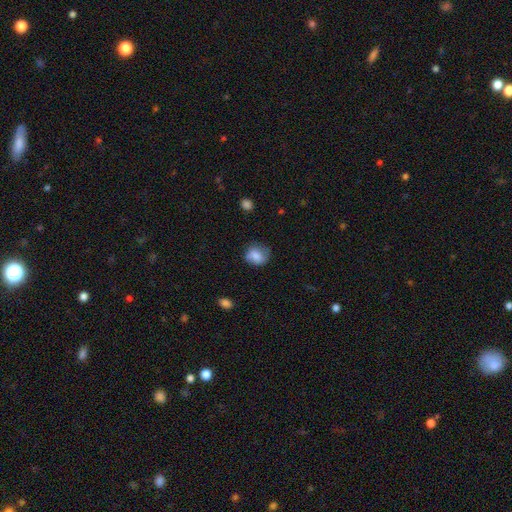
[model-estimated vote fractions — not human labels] A smooth galaxy with no disk features (73%) that is round (68%).

Vote fractions:
- Smooth or featured? smooth: 73% / featured or disk: 18% / star or artifact: 9%
- How rounded? round: 68% / in between: 31% / cigar-shaped: 1%
- Merging? none: 63% / minor disturbance: 27% / major disturbance: 9% / merger: 2%